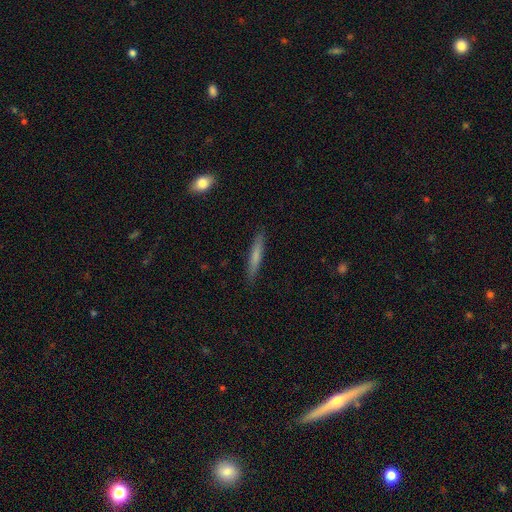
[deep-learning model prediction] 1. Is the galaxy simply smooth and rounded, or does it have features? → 69% smooth, 25% featured or disk, 6% star or artifact.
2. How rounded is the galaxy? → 94% cigar-shaped, 5% in between, 1% round.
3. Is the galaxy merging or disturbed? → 89% none, 8% minor disturbance, 2% major disturbance, 1% merger.